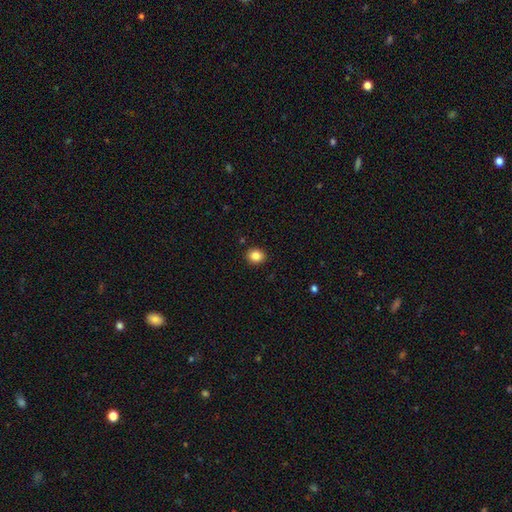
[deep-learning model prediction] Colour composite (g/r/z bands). It shows a smooth galaxy with no disk features (86%) that is round (72%). Merging: none (91%).